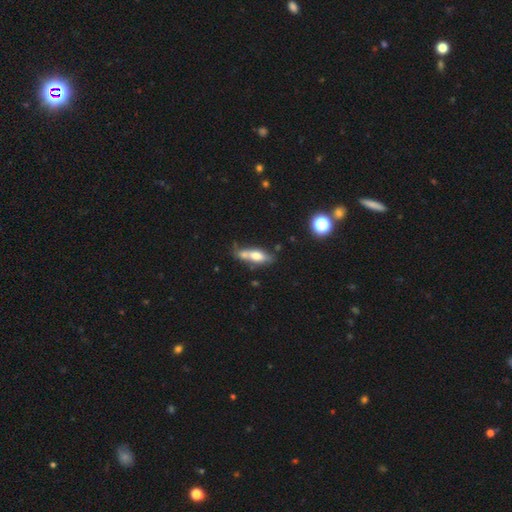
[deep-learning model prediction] Smooth or featured? smooth (62%)
How rounded? in between (63%)
Merging? none (40%)